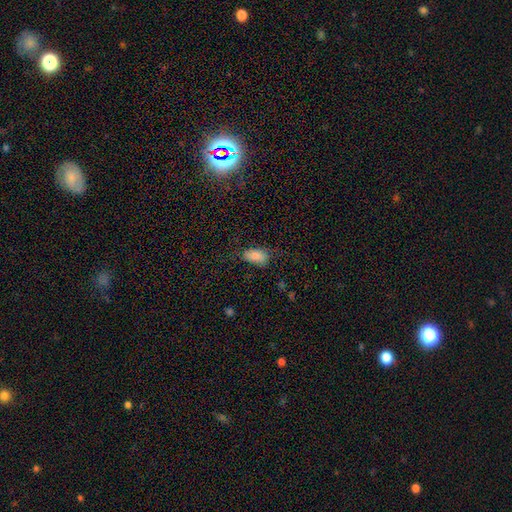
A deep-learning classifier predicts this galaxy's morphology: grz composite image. It shows a smooth galaxy with no disk features (84%) that is in between round and cigar-shaped (93%). Merging: none (60%).